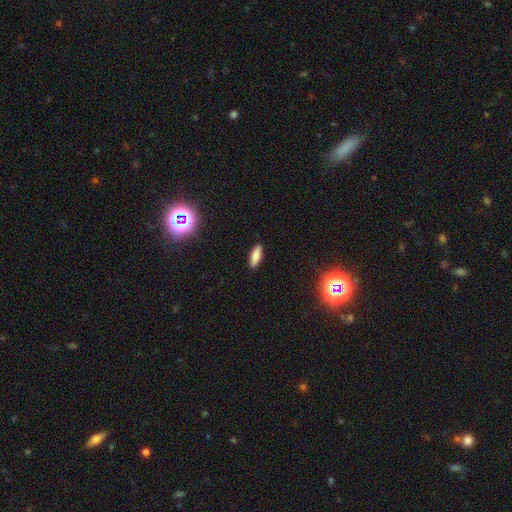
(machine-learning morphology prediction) smooth-or-featured: smooth: 82% | star or artifact: 11% | featured or disk: 8%
  how-rounded: in between: 58% | cigar-shaped: 39% | round: 2%
  merging: none: 89% | minor disturbance: 8% | major disturbance: 2% | merger: 1%